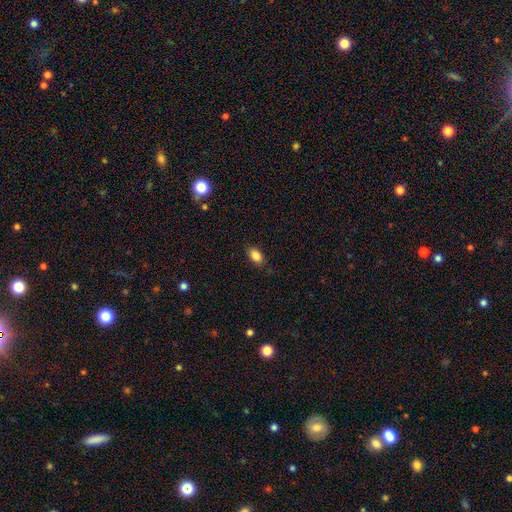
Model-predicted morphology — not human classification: smooth_or_featured: smooth (p=0.86) [alt: star or artifact p=0.08]
how_rounded: in between (p=0.90) [alt: round p=0.07]
merging: none (p=0.84) [alt: minor disturbance p=0.12]